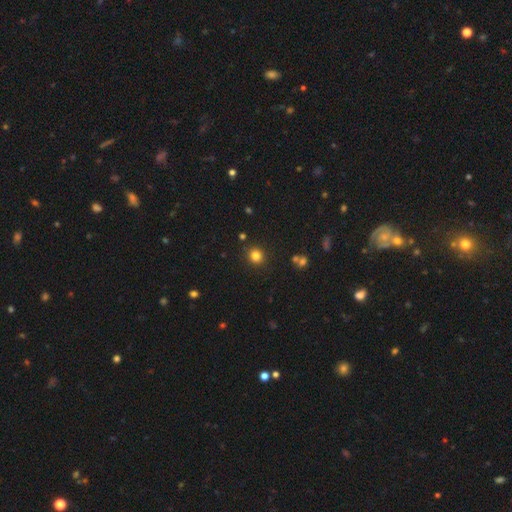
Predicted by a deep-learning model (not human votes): This appears to be a smooth galaxy with no disk features (82%) that is round (88%). Merging: none (89%).